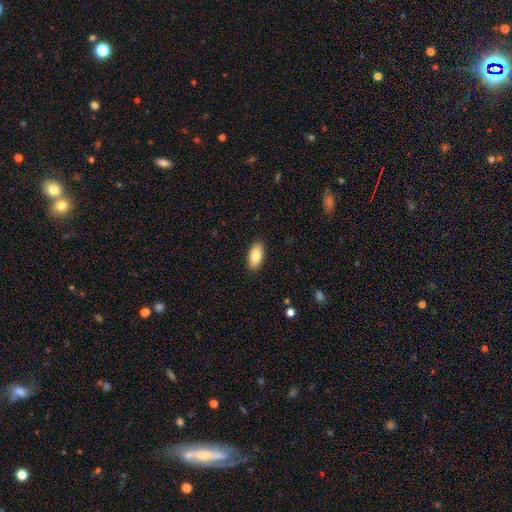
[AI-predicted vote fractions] Smooth or featured?
  - smooth: 83% *
  - featured or disk: 11%
  - star or artifact: 6%
How rounded?
  - in between: 92% *
  - cigar-shaped: 6%
  - round: 3%
Merging?
  - none: 89% *
  - minor disturbance: 8%
  - major disturbance: 2%
  - merger: 1%